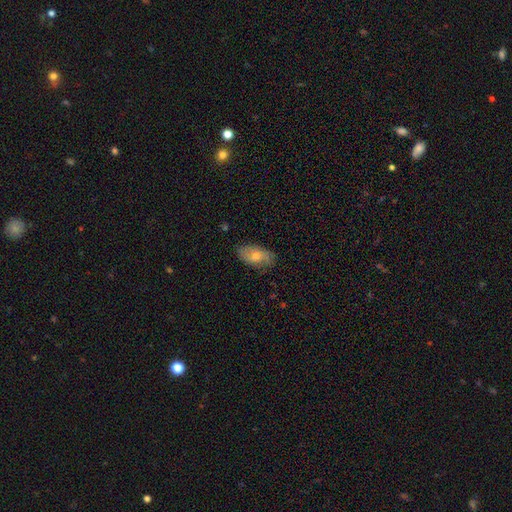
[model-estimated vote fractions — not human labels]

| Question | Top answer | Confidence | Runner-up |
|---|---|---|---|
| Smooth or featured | smooth | 56% | featured or disk (35%) |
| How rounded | in between | 90% | round (5%) |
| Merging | none | 79% | minor disturbance (17%) |